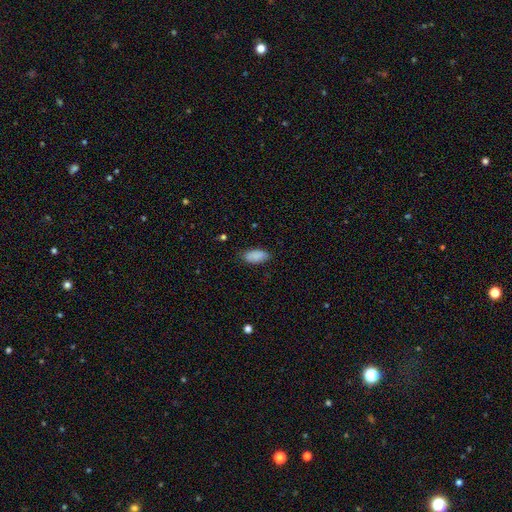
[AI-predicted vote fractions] A smooth galaxy with no disk features (89%) that is in between round and cigar-shaped (92%).

Vote fractions:
- Smooth or featured? smooth: 89% / star or artifact: 7% / featured or disk: 5%
- How rounded? in between: 92% / cigar-shaped: 6% / round: 2%
- Merging? none: 81% / minor disturbance: 15% / major disturbance: 3% / merger: 1%